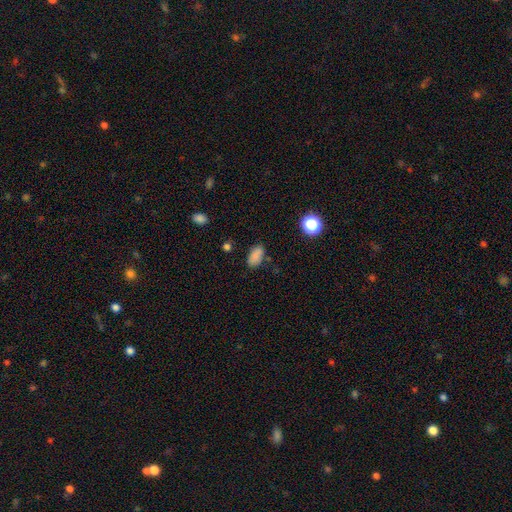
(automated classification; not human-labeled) Smooth or featured? Predicted: smooth (p=0.84). How rounded? Predicted: in between (p=0.91). Merging? Predicted: none (p=0.79).